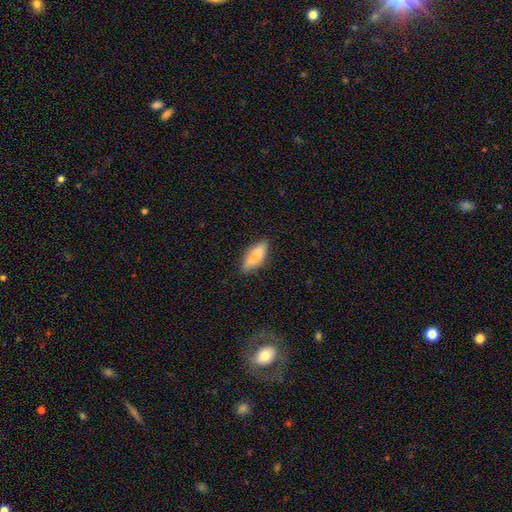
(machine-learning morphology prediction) Overall: smooth (78%). How rounded: in between (53%; cigar-shaped 45%). Merging: none (80%).